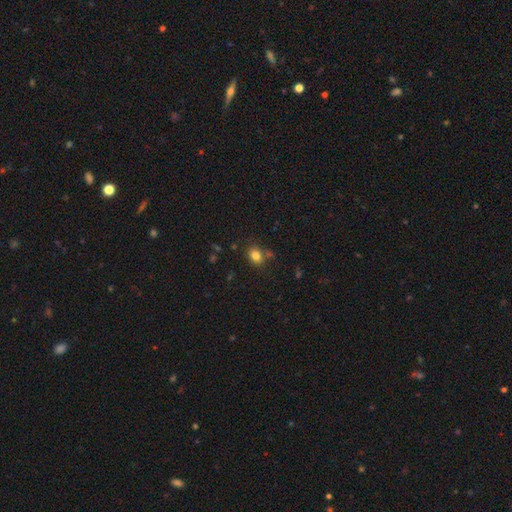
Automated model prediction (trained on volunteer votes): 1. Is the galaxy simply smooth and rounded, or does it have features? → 81% smooth, 12% star or artifact, 7% featured or disk.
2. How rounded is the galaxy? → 60% in between, 39% round, 1% cigar-shaped.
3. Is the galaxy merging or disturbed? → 72% none, 14% minor disturbance, 10% merger, 4% major disturbance.